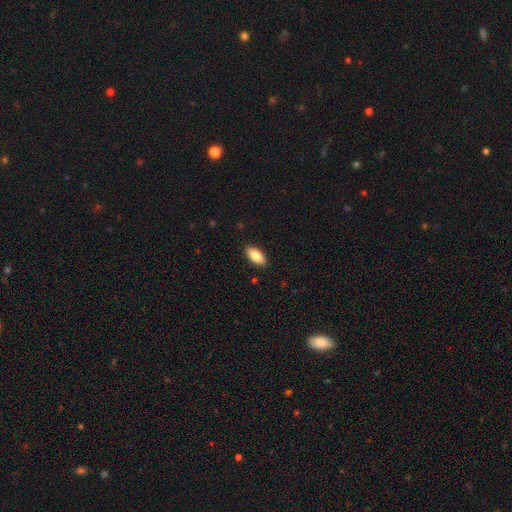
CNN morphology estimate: The model was most divided on "smooth or featured": smooth: 80%, featured or disk: 13%, star or artifact: 7%. More confident: merging — none (89%); how rounded — in between (89%).